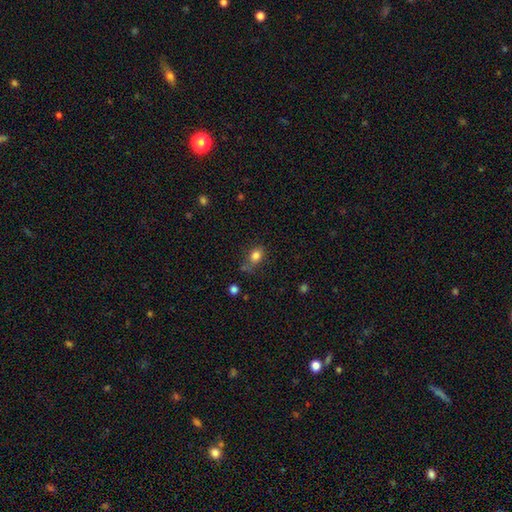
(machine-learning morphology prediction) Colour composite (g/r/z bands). It shows a smooth galaxy with no disk features (82%) that is in between round and cigar-shaped (59%). Merging: none (63%).